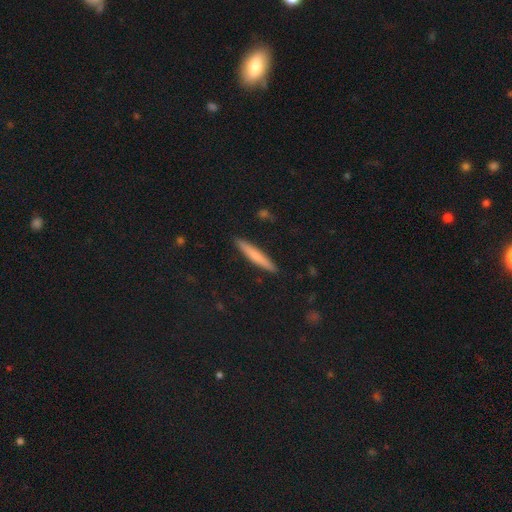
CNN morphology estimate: Smooth or featured: smooth — 69% (featured or disk — 25%)
How rounded: cigar-shaped — 94% (in between — 5%)
Merging: none — 91% (minor disturbance — 7%)